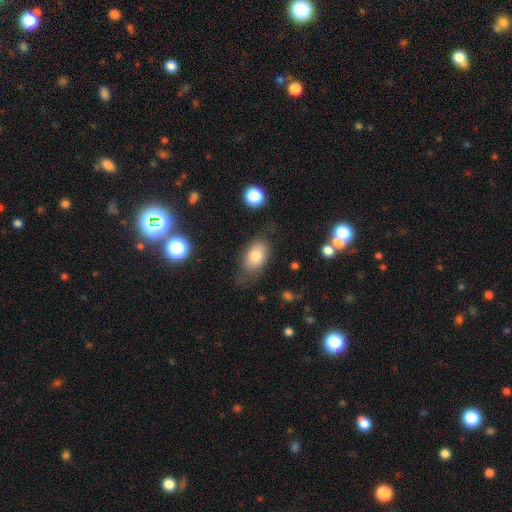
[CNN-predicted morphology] This appears to be a smooth galaxy with no disk features (75%) that is in between round and cigar-shaped (88%). Merging: none (64%).